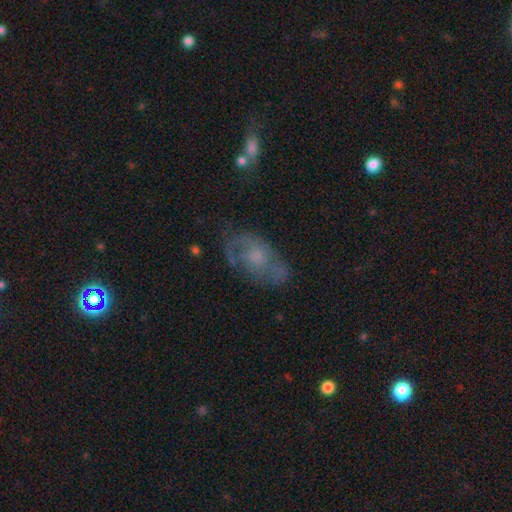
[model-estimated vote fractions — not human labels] Morphology: type=featured or disk (60%); edge-on=no (93%); bar=no (79%); spiral arms=yes (61%); bulge=moderate (42%); merging=none (61%).